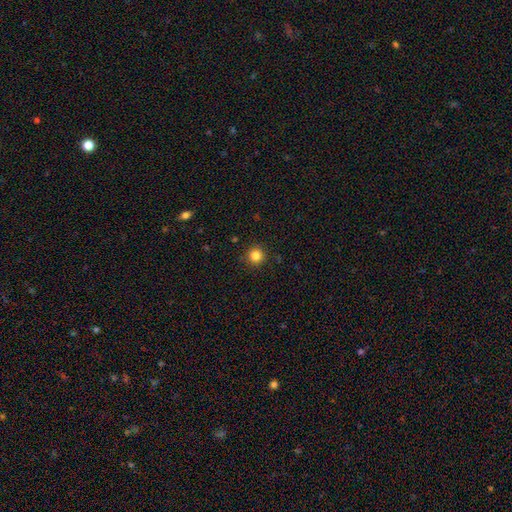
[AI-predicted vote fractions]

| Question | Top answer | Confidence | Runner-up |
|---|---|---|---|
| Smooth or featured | smooth | 83% | star or artifact (12%) |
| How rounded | round | 95% | in between (4%) |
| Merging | none | 92% | minor disturbance (5%) |